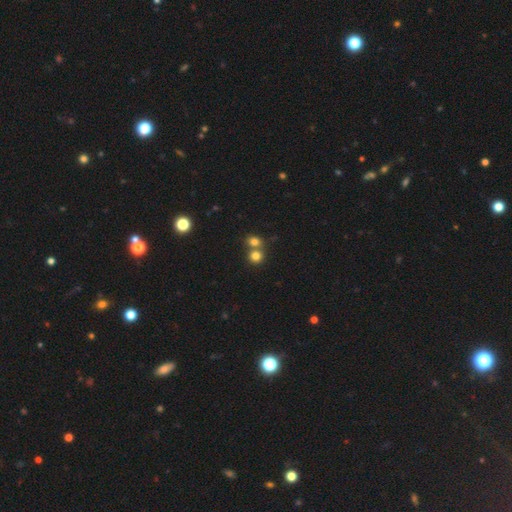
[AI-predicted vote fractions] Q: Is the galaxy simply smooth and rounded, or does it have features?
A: smooth — 79%.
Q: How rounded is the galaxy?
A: round — 84%.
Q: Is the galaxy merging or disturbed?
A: none — 48%.